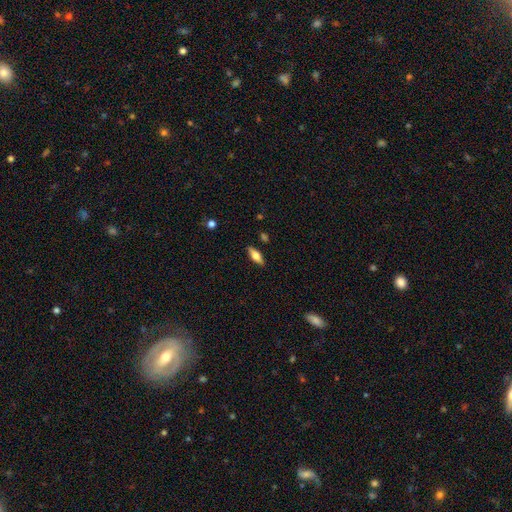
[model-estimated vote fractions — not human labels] This is possibly a smooth galaxy (56%). How rounded: likely in between (64%). Merging: clearly none (88%).